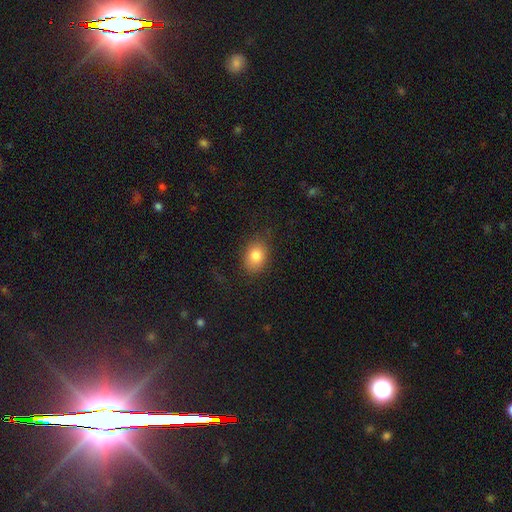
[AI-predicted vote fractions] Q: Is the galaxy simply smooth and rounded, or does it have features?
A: smooth — 82%.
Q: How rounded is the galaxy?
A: in between — 62%.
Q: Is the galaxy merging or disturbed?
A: none — 80%.